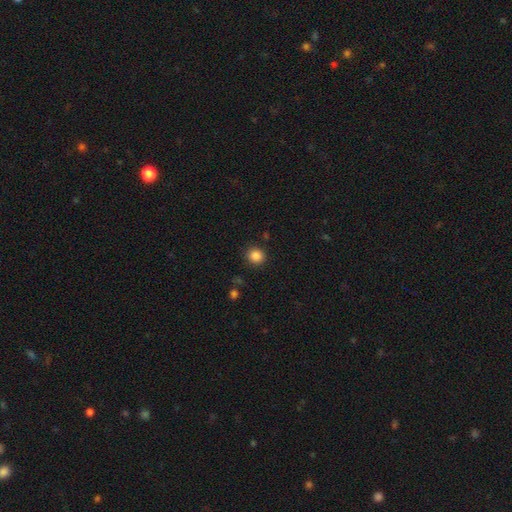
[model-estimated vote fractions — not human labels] Morphology: type=smooth (86%); roundness=round (89%); merging=none (89%).